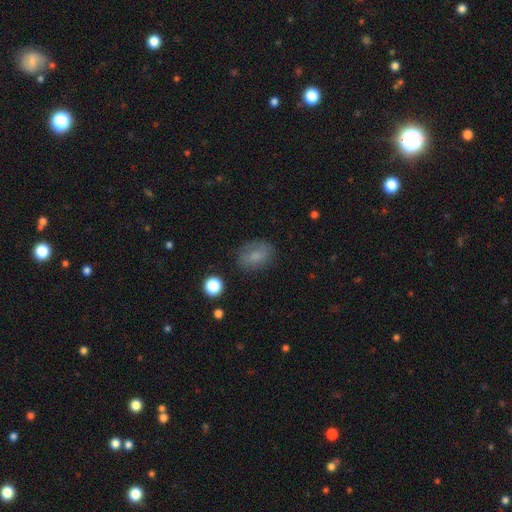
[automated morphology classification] The model was most divided on "how rounded": in between: 75%, round: 23%, cigar-shaped: 2%. More confident: smooth or featured — smooth (75%); merging — none (73%).